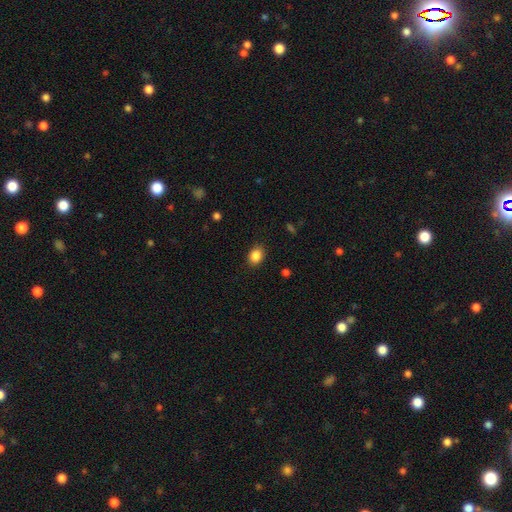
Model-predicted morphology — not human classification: This appears to be a smooth galaxy with no disk features (86%) that is in between round and cigar-shaped (56%). Merging: none (88%).